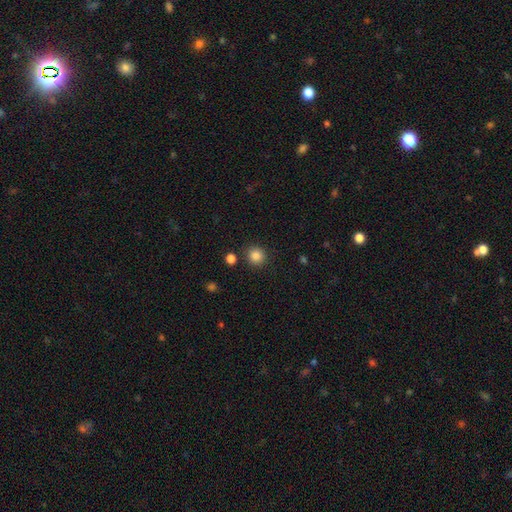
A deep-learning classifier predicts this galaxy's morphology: A smooth galaxy with no disk features (85%) that is round (92%).

Vote fractions:
- Smooth or featured? smooth: 85% / star or artifact: 11% / featured or disk: 4%
- How rounded? round: 92% / in between: 7% / cigar-shaped: 1%
- Merging? none: 88% / minor disturbance: 6% / merger: 3% / major disturbance: 2%